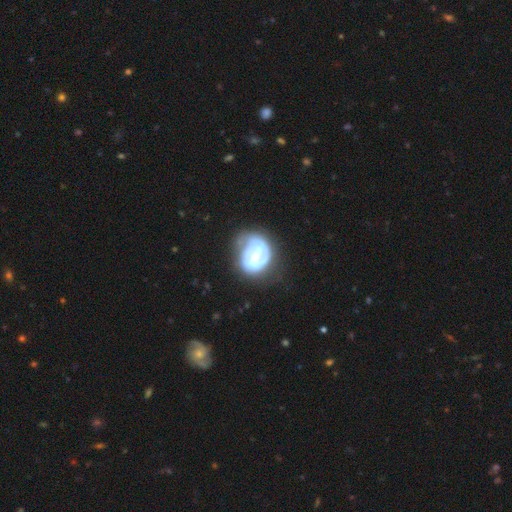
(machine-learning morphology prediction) type=featured or disk (73%); edge-on=no (98%); bar=weak (44%); spiral arms=yes (78%); winding=tight (53%); arm count=2 (45%); bulge=small (54%); merging=none (45%).